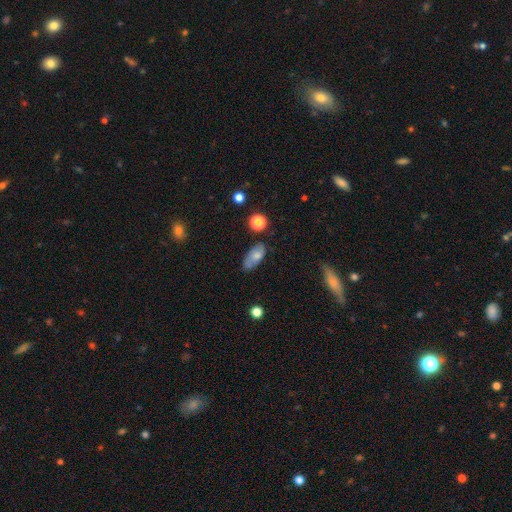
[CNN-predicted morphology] This appears to be a smooth galaxy with no disk features (74%) that is in between round and cigar-shaped (86%). Merging: none (63%).